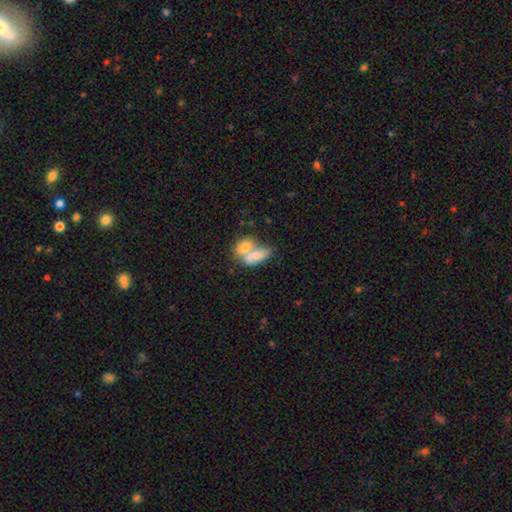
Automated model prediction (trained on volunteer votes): A smooth galaxy with no disk features (69%) that is in between round and cigar-shaped (82%).

Vote fractions:
- Smooth or featured? smooth: 69% / featured or disk: 24% / star or artifact: 7%
- How rounded? in between: 82% / round: 13% / cigar-shaped: 5%
- Merging? merger: 74% / none: 15% / minor disturbance: 6% / major disturbance: 4%